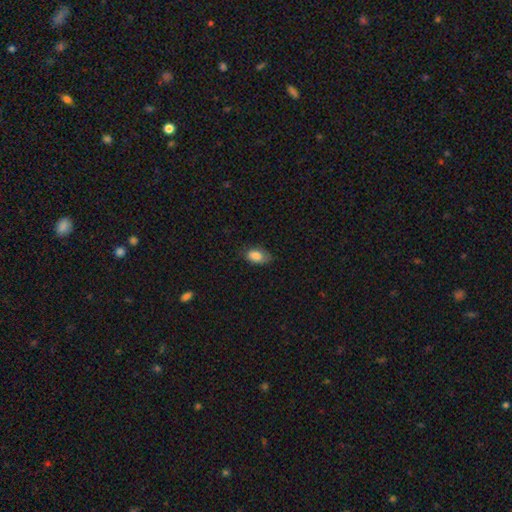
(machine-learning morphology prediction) A smooth galaxy with no disk features (85%) that is in between round and cigar-shaped (89%). Merging: none (69%).